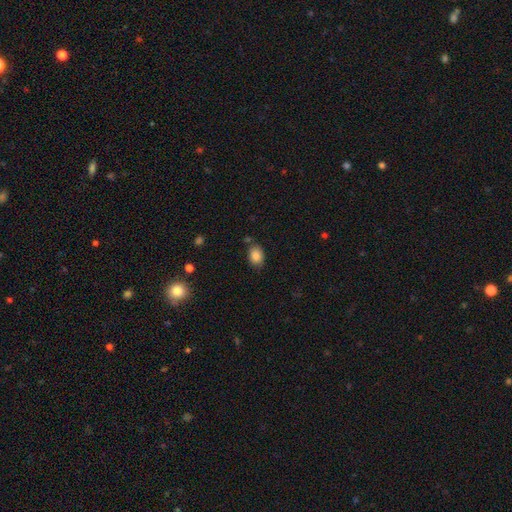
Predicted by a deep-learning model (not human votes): smooth-or-featured: smooth: 85% | star or artifact: 9% | featured or disk: 6%
  how-rounded: in between: 67% | round: 32% | cigar-shaped: 1%
  merging: none: 77% | minor disturbance: 15% | merger: 5% | major disturbance: 3%